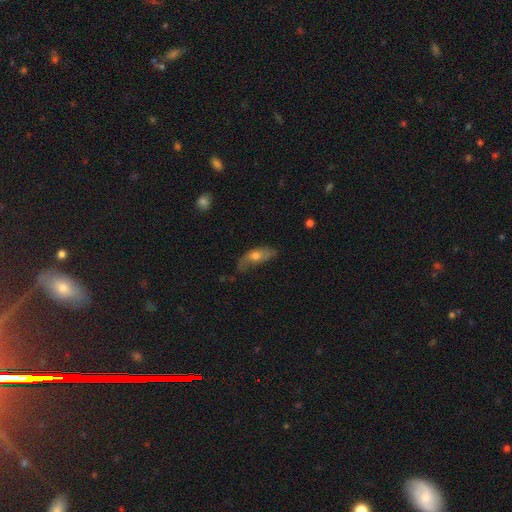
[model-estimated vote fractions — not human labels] smooth 53%, featured or disk 40%, star or artifact 7%. Down the decision tree: how rounded — in between (73%); merging — none (47%).